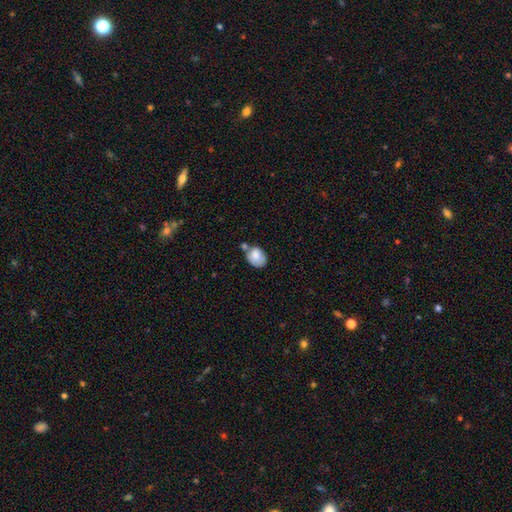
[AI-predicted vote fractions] A smooth galaxy with no disk features (82%) that is in between round and cigar-shaped (60%).

Vote fractions:
- Smooth or featured? smooth: 82% / featured or disk: 10% / star or artifact: 8%
- How rounded? in between: 60% / round: 39% / cigar-shaped: 1%
- Merging? none: 43% / merger: 27% / minor disturbance: 23% / major disturbance: 7%